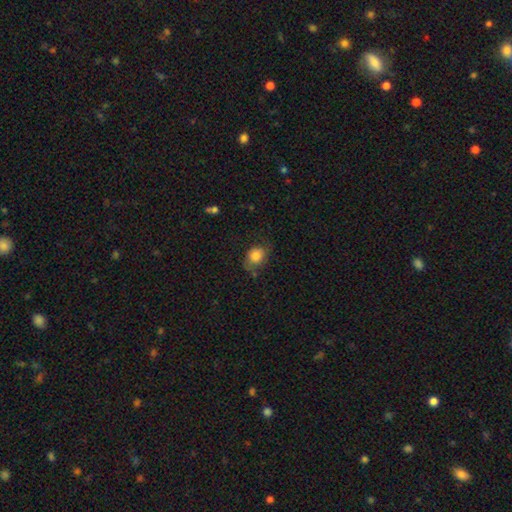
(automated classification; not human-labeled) Smooth or featured? Predicted: smooth (p=0.77). How rounded? Predicted: in between (p=0.51). Merging? Predicted: none (p=0.61).